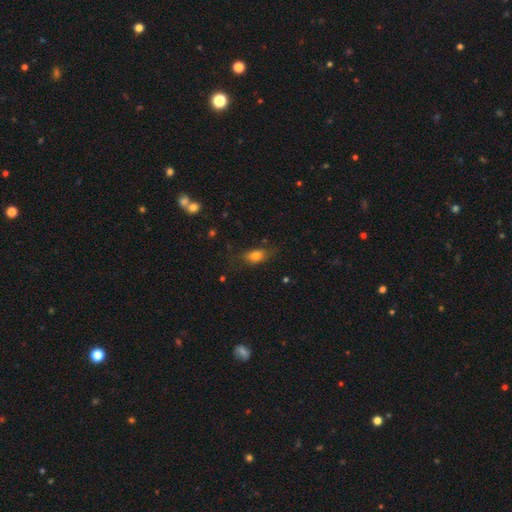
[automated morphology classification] This appears to be a smooth galaxy with no disk features (77%) that is in between round and cigar-shaped (80%). Merging: none (66%).